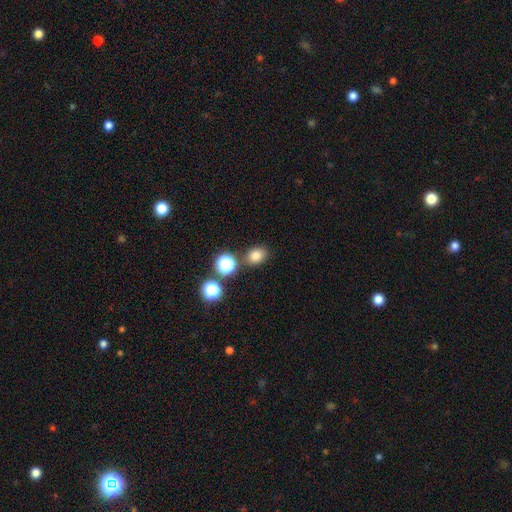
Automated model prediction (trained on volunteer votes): Morphology: type=smooth (78%); roundness=round (52%); merging=none (80%).